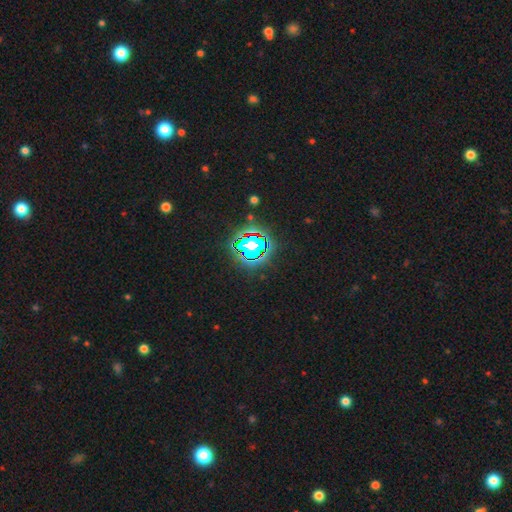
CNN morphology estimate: Q: Smooth or featured?
A: star or artifact (78%); runner-up: smooth (13%)